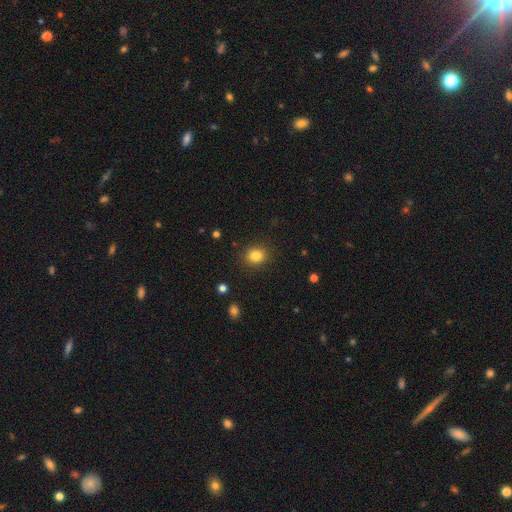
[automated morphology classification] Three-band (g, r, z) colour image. It shows a smooth galaxy with no disk features (83%) that is round (74%). Merging: none (89%).